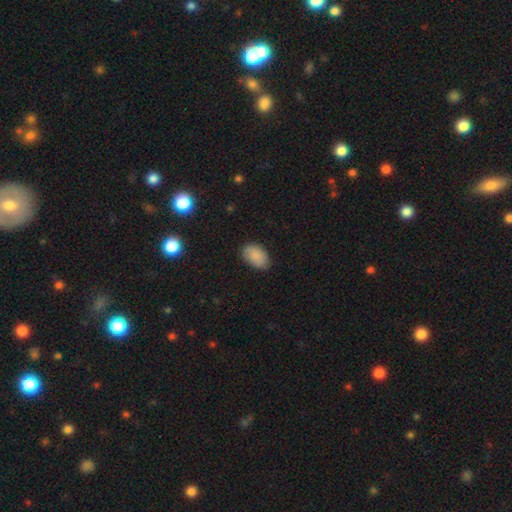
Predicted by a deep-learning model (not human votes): The model was most divided on "merging": none: 82%, minor disturbance: 14%, major disturbance: 3%, merger: 1%. More confident: how rounded — in between (90%); smooth or featured — smooth (87%).